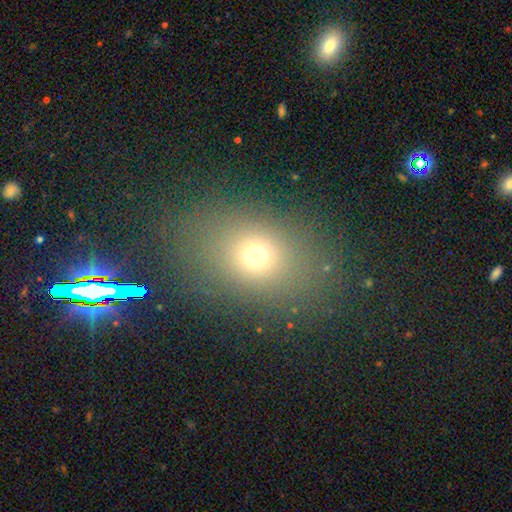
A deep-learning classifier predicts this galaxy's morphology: type=smooth (67%); roundness=in between (60%); merging=none (80%).